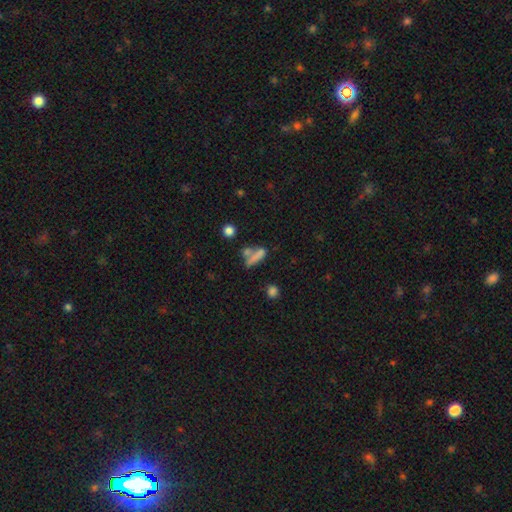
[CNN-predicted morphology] Overall: smooth (69%). How rounded: cigar-shaped (58%; in between 33%). Merging: none (46%; merger 28%).